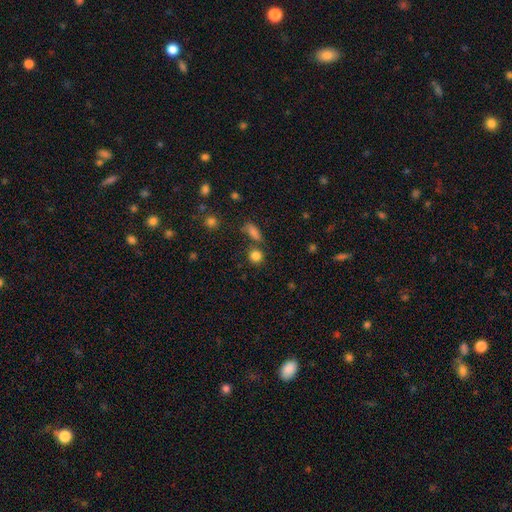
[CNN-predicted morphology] A smooth galaxy with no disk features (82%) that is round (85%).

Vote fractions:
- Smooth or featured? smooth: 82% / star or artifact: 12% / featured or disk: 5%
- How rounded? round: 85% / in between: 13% / cigar-shaped: 2%
- Merging? none: 71% / merger: 15% / minor disturbance: 10% / major disturbance: 4%